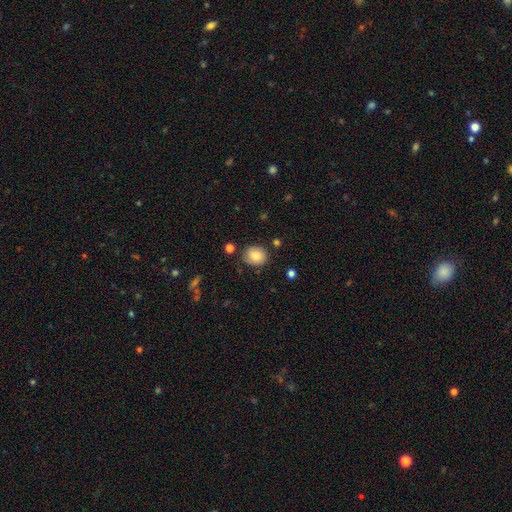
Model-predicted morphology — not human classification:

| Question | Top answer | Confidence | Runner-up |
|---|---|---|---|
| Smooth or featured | smooth | 84% | star or artifact (9%) |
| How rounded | round | 70% | in between (29%) |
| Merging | none | 81% | minor disturbance (13%) |